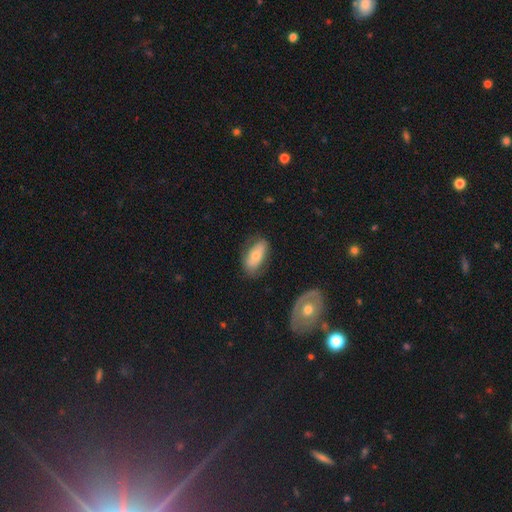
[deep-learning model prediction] Smooth or featured: smooth — 60% (featured or disk — 33%)
How rounded: in between — 88% (cigar-shaped — 8%)
Merging: none — 69% (minor disturbance — 21%)